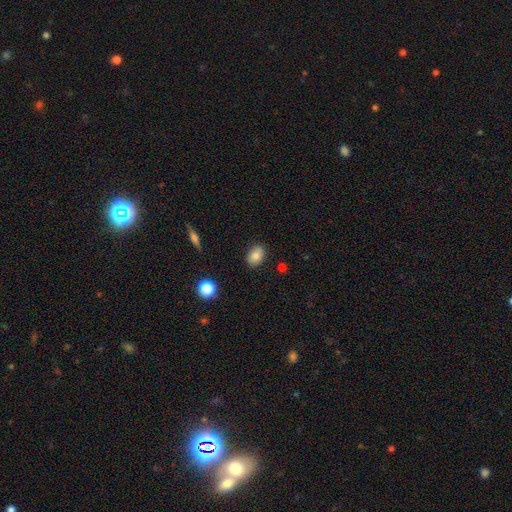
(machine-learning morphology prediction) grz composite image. It shows a smooth galaxy with no disk features (80%) that is in between round and cigar-shaped (78%). Merging: none (86%).